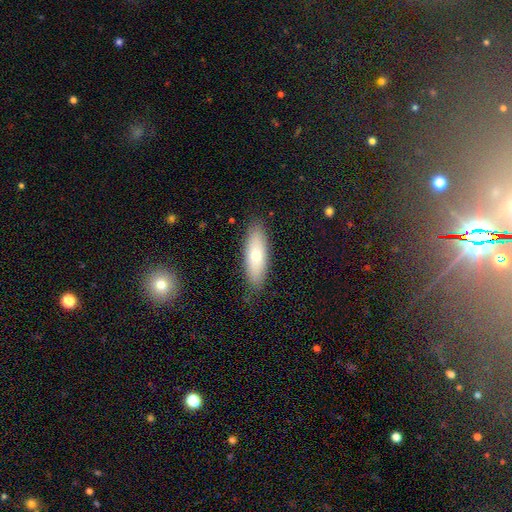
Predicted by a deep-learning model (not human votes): The model was most divided on "how rounded": in between: 61%, cigar-shaped: 37%, round: 2%. More confident: merging — none (87%); smooth or featured — smooth (70%).